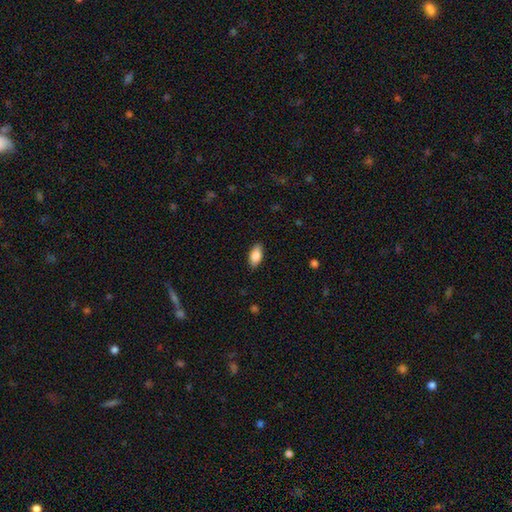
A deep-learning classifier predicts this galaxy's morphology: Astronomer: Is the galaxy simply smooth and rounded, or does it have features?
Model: smooth — 86%.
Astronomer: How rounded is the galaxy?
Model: in between — 92%.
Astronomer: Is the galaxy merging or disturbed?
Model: none — 87%.